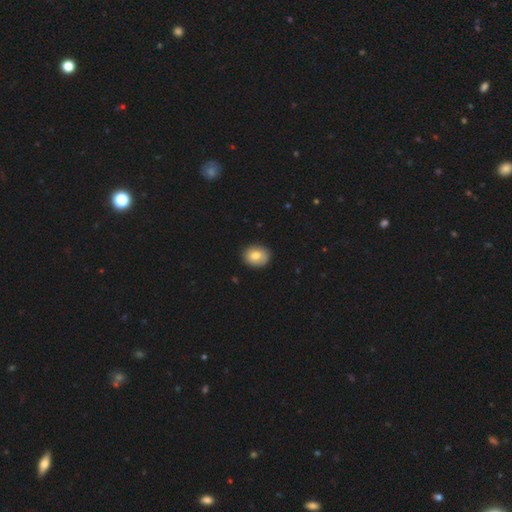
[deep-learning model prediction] smooth 80%, featured or disk 13%, star or artifact 8%. Down the decision tree: how rounded — round (62%); merging — none (86%).